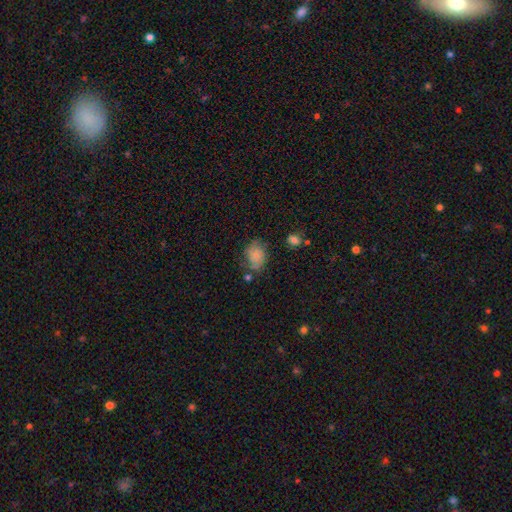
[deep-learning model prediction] Smooth or featured: smooth — 76% (featured or disk — 15%)
How rounded: in between — 74% (round — 25%)
Merging: none — 58% (minor disturbance — 26%)